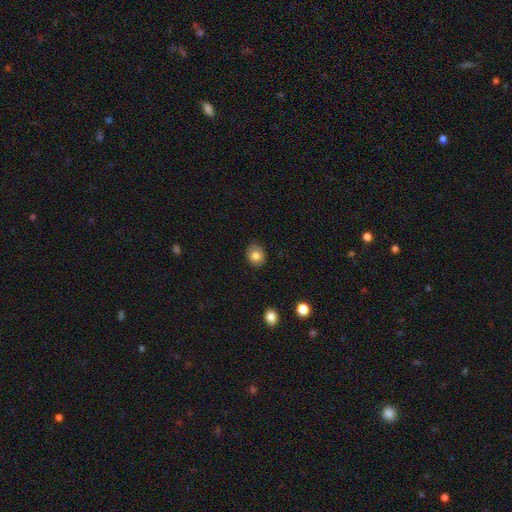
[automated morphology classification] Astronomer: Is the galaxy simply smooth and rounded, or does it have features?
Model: smooth — 81%.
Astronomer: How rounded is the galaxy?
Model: round — 62% (runner-up: in between, 38%).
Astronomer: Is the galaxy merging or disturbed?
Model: none — 86%.